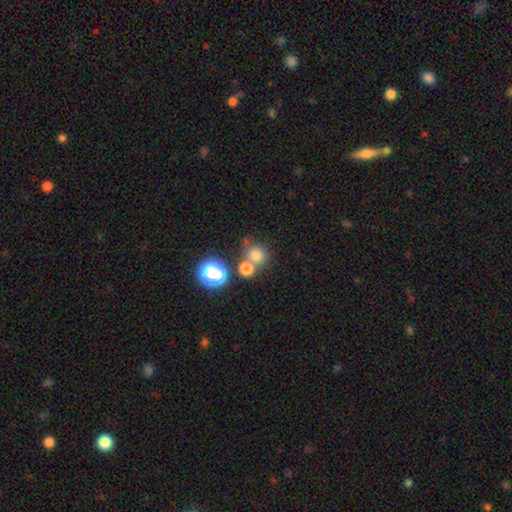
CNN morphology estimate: A smooth galaxy with no disk features (73%) that is round (87%). Merging: none (56%).